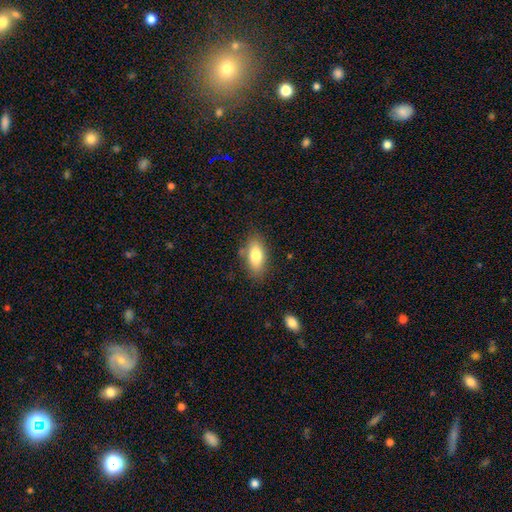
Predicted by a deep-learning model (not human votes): smooth 78%, featured or disk 15%, star or artifact 7%. Down the decision tree: how rounded — in between (84%); merging — none (80%).